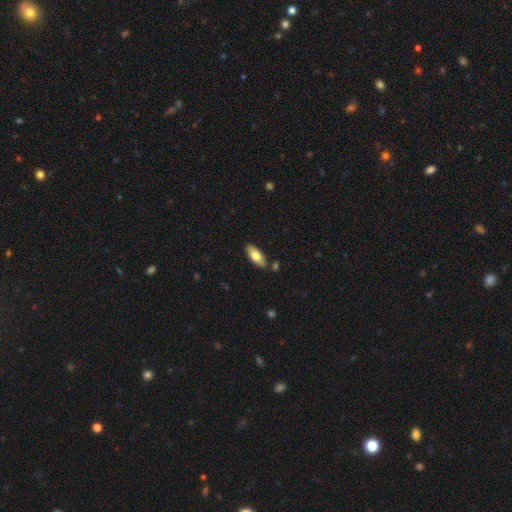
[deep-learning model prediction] Smooth or featured? smooth (75%)
How rounded? in between (85%)
Merging? none (83%)